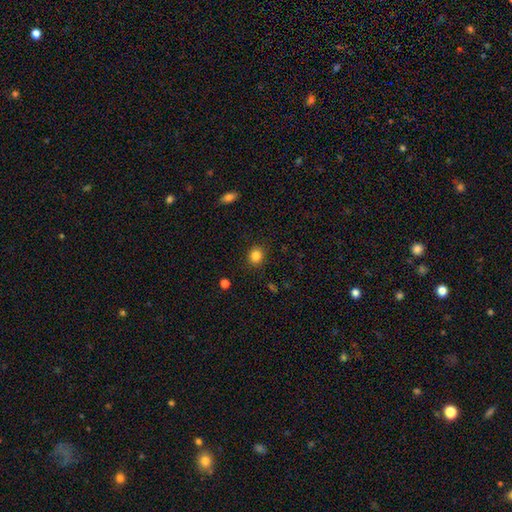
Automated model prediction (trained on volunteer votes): A smooth galaxy with no disk features (84%) that is round (76%). Merging: none (88%).